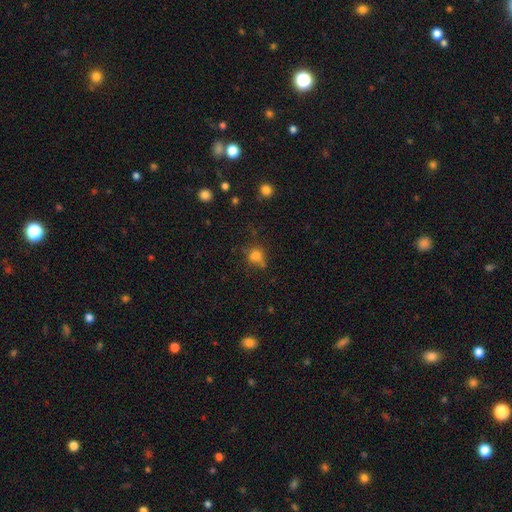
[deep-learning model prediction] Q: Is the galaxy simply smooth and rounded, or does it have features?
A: smooth — 71%.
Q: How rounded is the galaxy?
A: round — 66%.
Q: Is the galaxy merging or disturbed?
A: none — 50%.